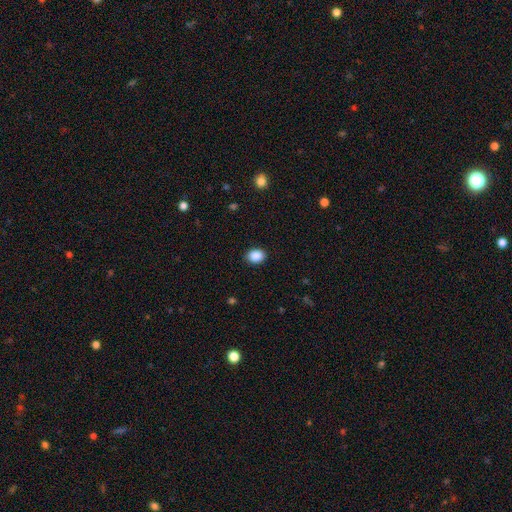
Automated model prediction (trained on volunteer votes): Smooth or featured? smooth (89%)
How rounded? in between (62%)
Merging? none (90%)